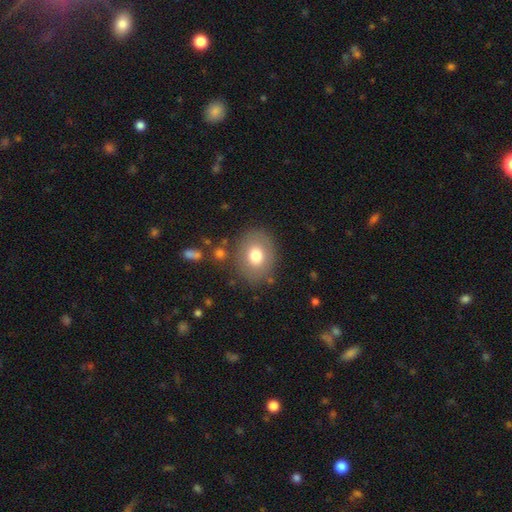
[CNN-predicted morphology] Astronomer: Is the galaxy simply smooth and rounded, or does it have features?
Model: smooth — 73%.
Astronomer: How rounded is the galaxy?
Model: in between — 50% (runner-up: round, 49%).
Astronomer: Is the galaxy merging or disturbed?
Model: none — 80%.